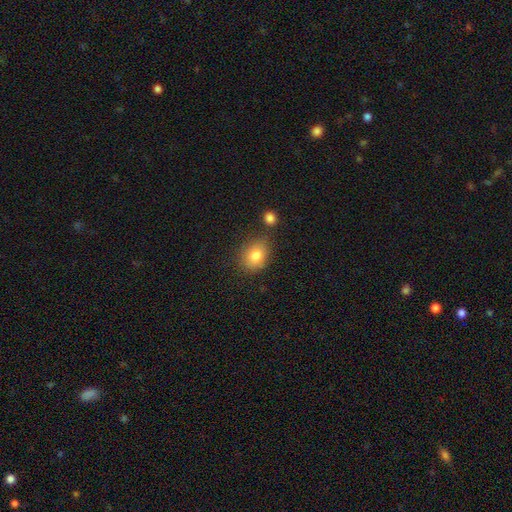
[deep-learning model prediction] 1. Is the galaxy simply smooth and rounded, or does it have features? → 81% smooth, 10% star or artifact, 9% featured or disk.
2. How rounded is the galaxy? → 50% in between, 48% round, 1% cigar-shaped.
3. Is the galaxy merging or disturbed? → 72% none, 16% minor disturbance, 8% merger, 4% major disturbance.